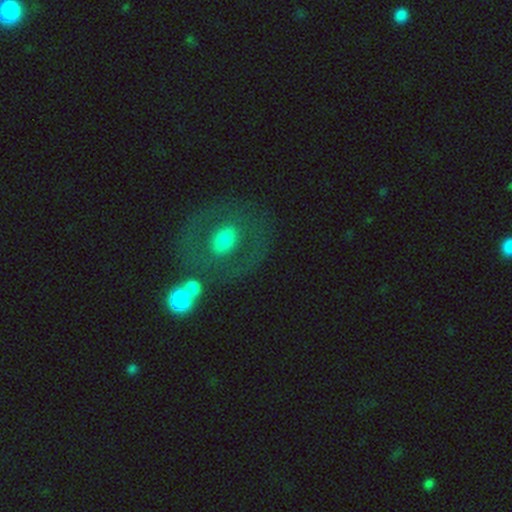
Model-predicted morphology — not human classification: Smooth or featured? Predicted: featured or disk (p=0.56). Edge-on disk? Predicted: no (p=0.93). Bar? Predicted: no (p=0.61). Spiral arms? Predicted: no (p=0.68). Bulge size? Predicted: moderate (p=0.64). Merging? Predicted: none (p=0.72).